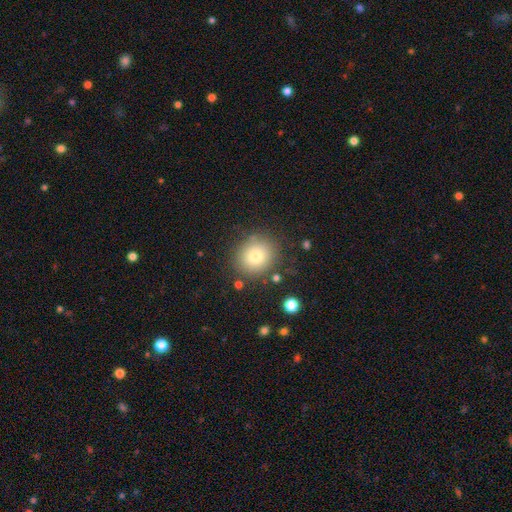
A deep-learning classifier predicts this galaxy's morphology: Q: Smooth or featured?
A: smooth (77%); runner-up: star or artifact (12%)
Q: How rounded?
A: round (81%); runner-up: in between (18%)
Q: Merging?
A: none (85%); runner-up: minor disturbance (9%)